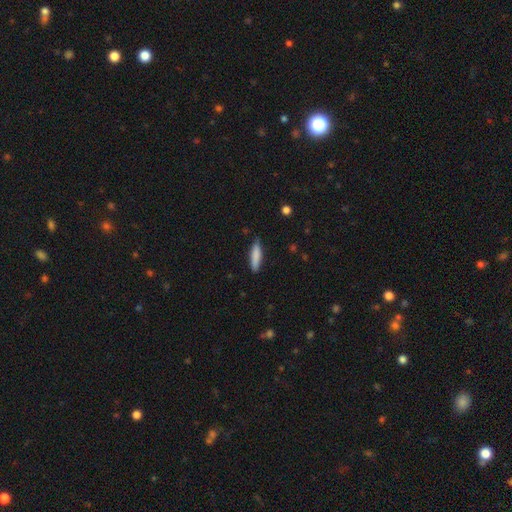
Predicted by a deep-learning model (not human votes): Q: Smooth or featured?
A: smooth (83%); runner-up: featured or disk (11%)
Q: How rounded?
A: cigar-shaped (75%); runner-up: in between (23%)
Q: Merging?
A: none (81%); runner-up: minor disturbance (15%)